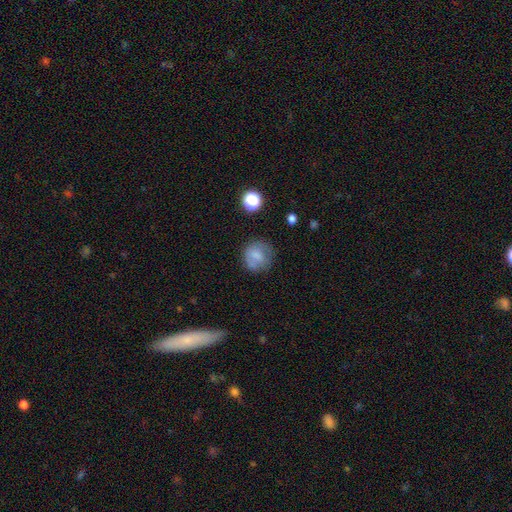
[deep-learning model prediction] Smooth or featured?
  - smooth: 71% *
  - featured or disk: 18%
  - star or artifact: 11%
How rounded?
  - round: 85% *
  - in between: 14%
  - cigar-shaped: 1%
Merging?
  - none: 63% *
  - minor disturbance: 22%
  - major disturbance: 12%
  - merger: 3%